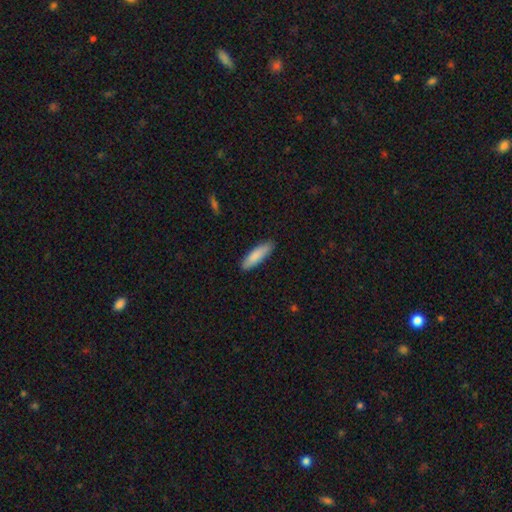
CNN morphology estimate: smooth 86%, featured or disk 8%, star or artifact 5%. Down the decision tree: how rounded — cigar-shaped (60%); merging — none (87%).